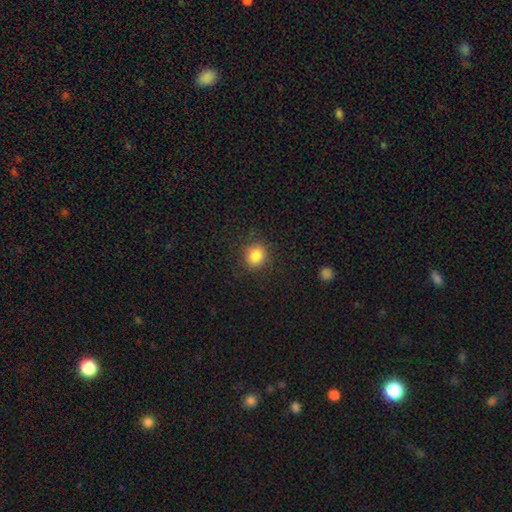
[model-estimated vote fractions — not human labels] This is clearly a smooth galaxy (85%). How rounded: clearly round (80%). Merging: clearly none (87%).